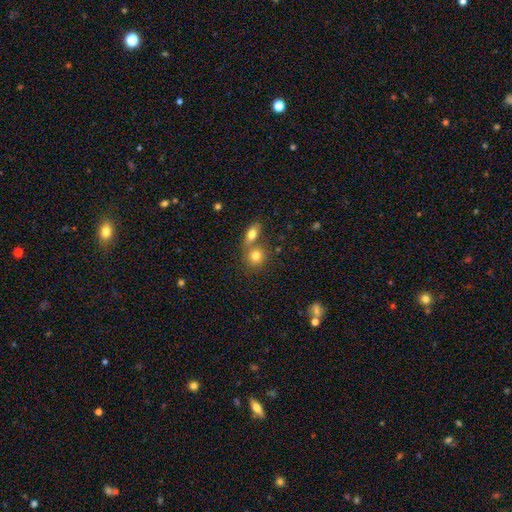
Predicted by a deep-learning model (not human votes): Morphology: type=smooth (80%); roundness=round (72%); merging=none (45%).